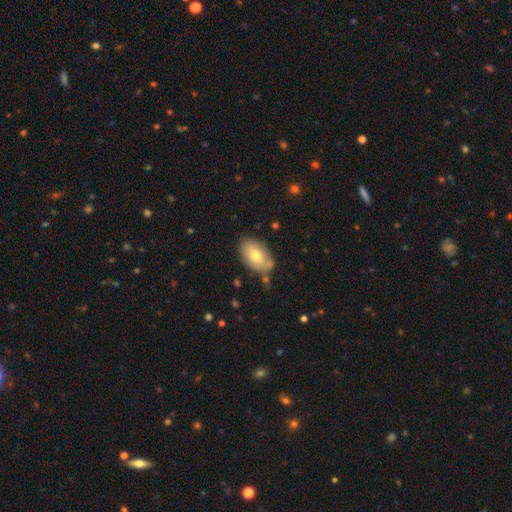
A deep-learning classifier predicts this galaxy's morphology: Smooth or featured? smooth (71%)
How rounded? in between (92%)
Merging? none (72%)